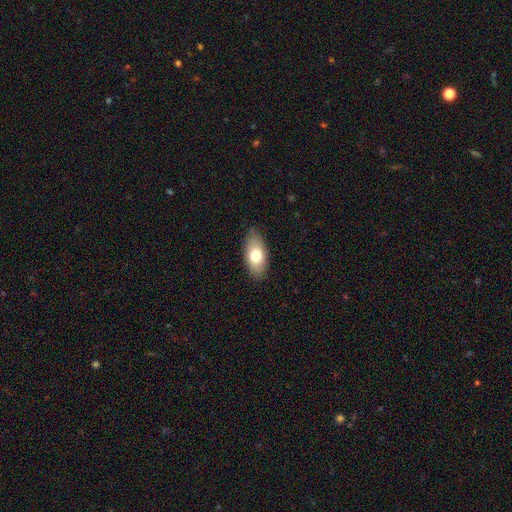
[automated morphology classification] Smooth or featured? Predicted: smooth (p=0.74). How rounded? Predicted: in between (p=0.90). Merging? Predicted: none (p=0.83).